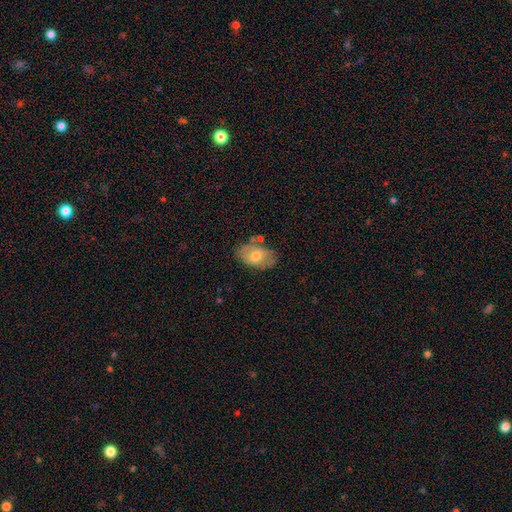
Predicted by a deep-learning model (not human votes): Morphology: type=smooth (60%); roundness=in between (90%); merging=none (70%).